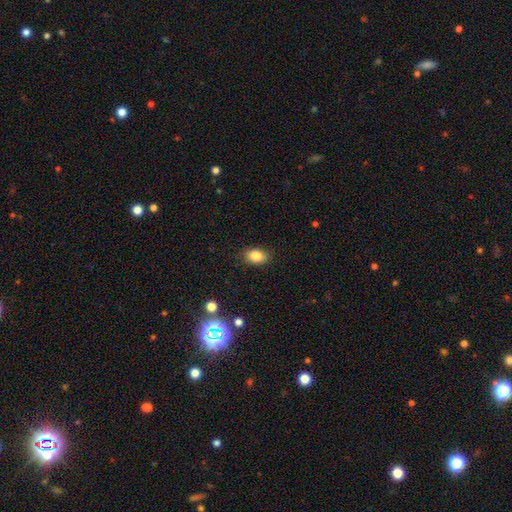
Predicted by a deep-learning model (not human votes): smooth_or_featured: smooth (p=0.83) [alt: star or artifact p=0.10]
how_rounded: in between (p=0.82) [alt: round p=0.16]
merging: none (p=0.87) [alt: minor disturbance p=0.10]